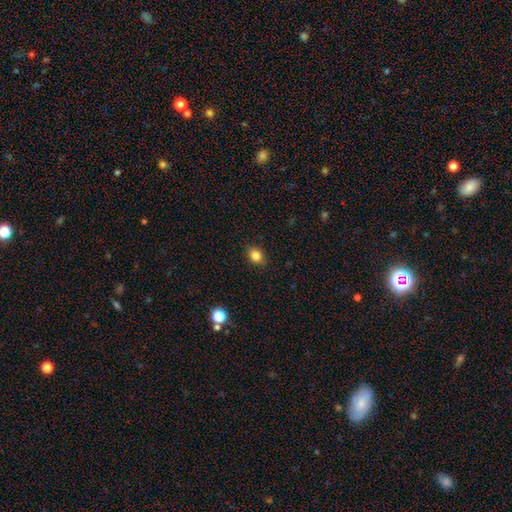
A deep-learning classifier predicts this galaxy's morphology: Smooth or featured: smooth — 83% (star or artifact — 11%)
How rounded: in between — 52% (round — 47%)
Merging: none — 89% (minor disturbance — 8%)